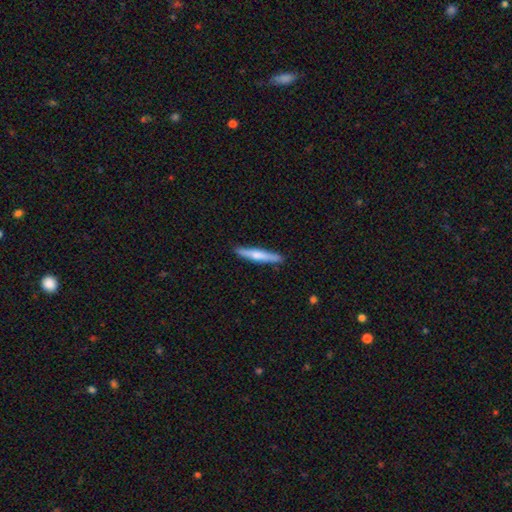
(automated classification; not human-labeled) Q: Smooth or featured?
A: smooth (57%); runner-up: featured or disk (37%)
Q: How rounded?
A: cigar-shaped (93%); runner-up: in between (6%)
Q: Merging?
A: none (90%); runner-up: minor disturbance (7%)